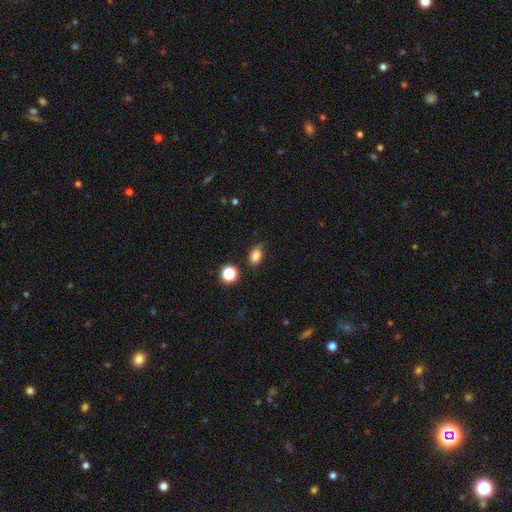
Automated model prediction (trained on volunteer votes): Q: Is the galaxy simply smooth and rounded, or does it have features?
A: smooth — 83%.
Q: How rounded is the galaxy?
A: in between — 77%.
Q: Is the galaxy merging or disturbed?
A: none — 74%.